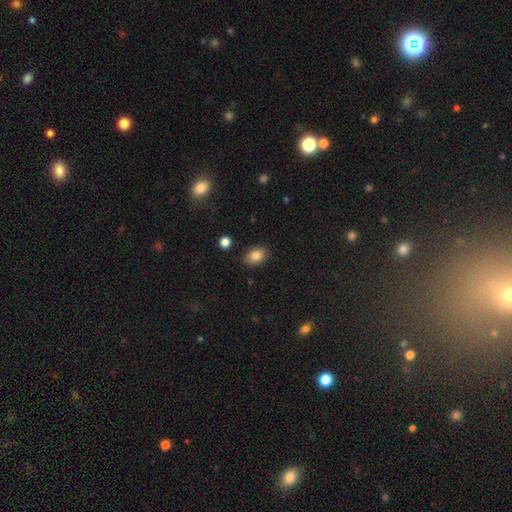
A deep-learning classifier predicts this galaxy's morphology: type=smooth (85%); roundness=in between (83%); merging=none (88%).